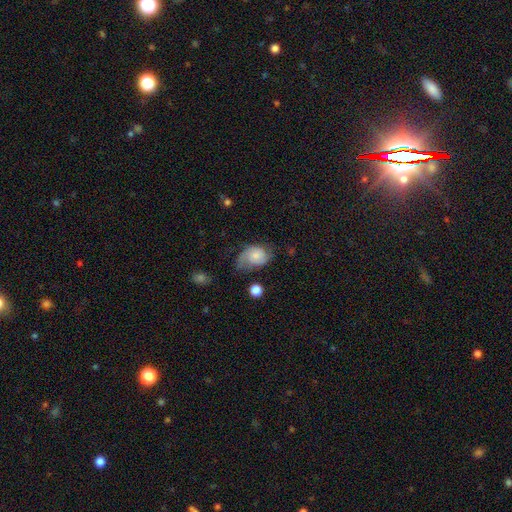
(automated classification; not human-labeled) Smooth or featured? smooth (56%)
How rounded? in between (67%)
Merging? minor disturbance (35%)